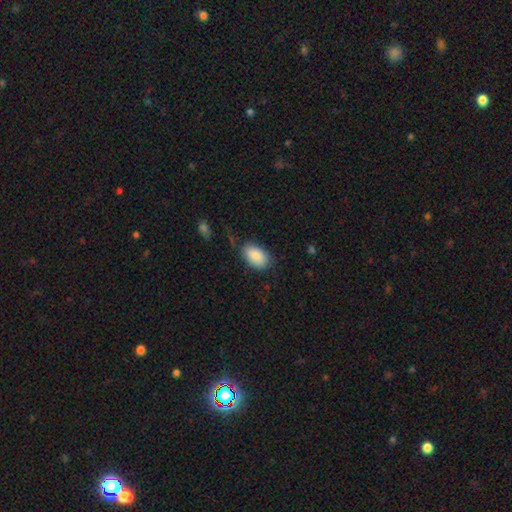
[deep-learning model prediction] Smooth or featured? Predicted: smooth (p=0.89). How rounded? Predicted: in between (p=0.92). Merging? Predicted: none (p=0.79).